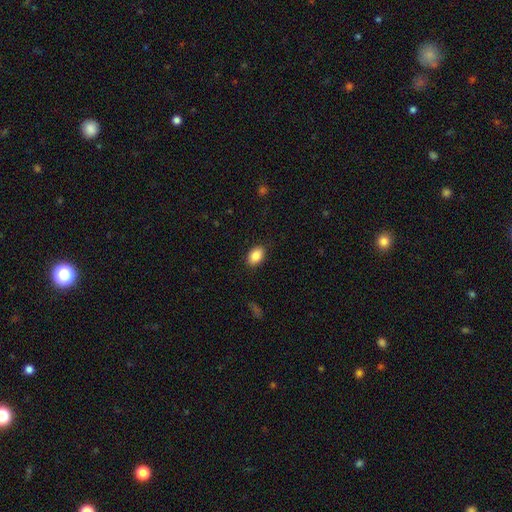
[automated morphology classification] Q: Smooth or featured?
A: smooth (87%); runner-up: star or artifact (8%)
Q: How rounded?
A: in between (87%); runner-up: round (12%)
Q: Merging?
A: none (88%); runner-up: minor disturbance (9%)